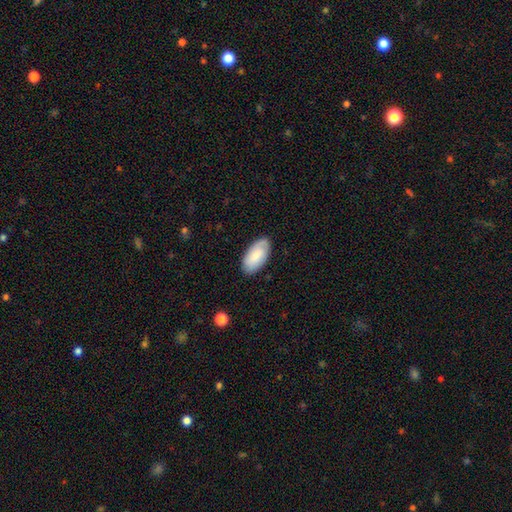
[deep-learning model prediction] Smooth or featured: smooth — 71% (featured or disk — 23%)
How rounded: in between — 95% (cigar-shaped — 3%)
Merging: none — 84% (minor disturbance — 12%)